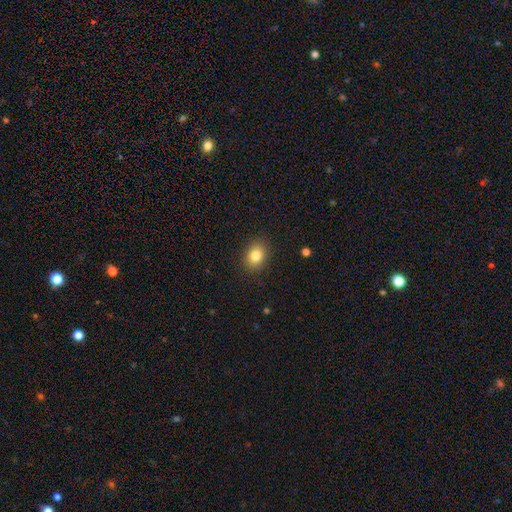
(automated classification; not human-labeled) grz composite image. It shows a smooth galaxy with no disk features (83%) that is in between round and cigar-shaped (57%). Merging: none (89%).